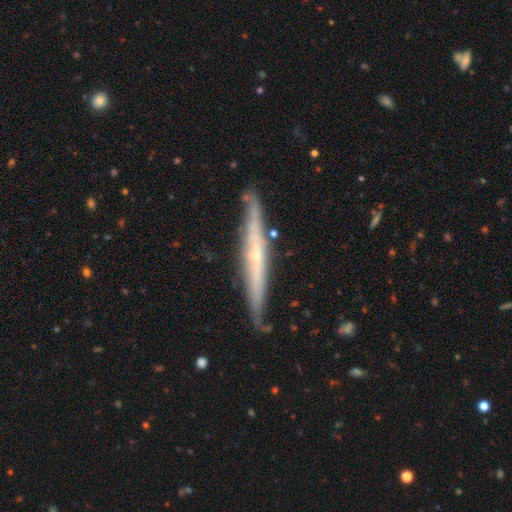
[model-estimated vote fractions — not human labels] smooth_or_featured: featured or disk (p=0.71) [alt: smooth p=0.23]
disk_edge_on: yes (p=0.92) [alt: no p=0.08]
edge_on_bulge: none (p=0.54) [alt: rounded p=0.40]
merging: none (p=0.80) [alt: minor disturbance p=0.15]